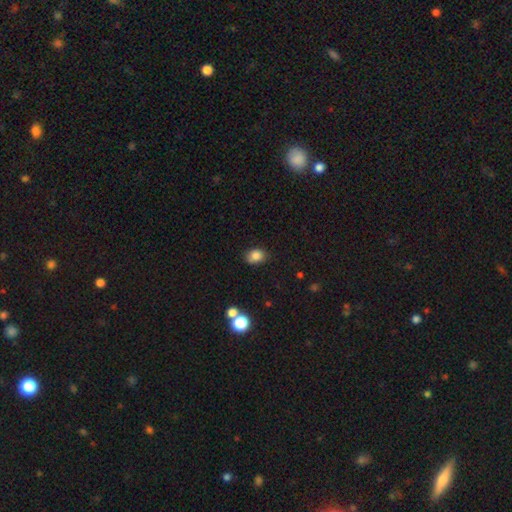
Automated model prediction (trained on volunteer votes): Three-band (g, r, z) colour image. It shows a smooth galaxy with no disk features (84%) that is in between round and cigar-shaped (67%). Merging: none (76%).